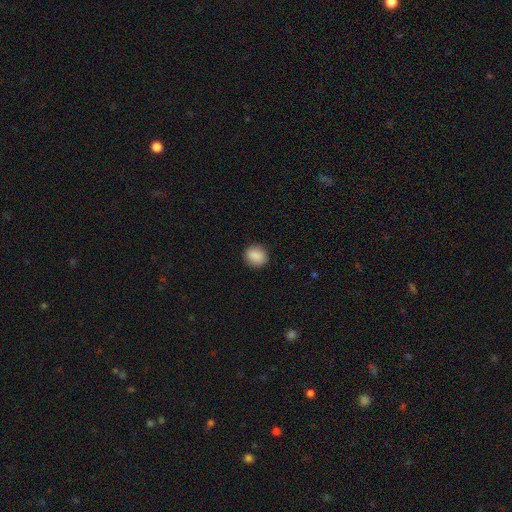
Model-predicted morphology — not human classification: This appears to be a smooth galaxy with no disk features (89%) that is round (78%). Merging: none (89%).